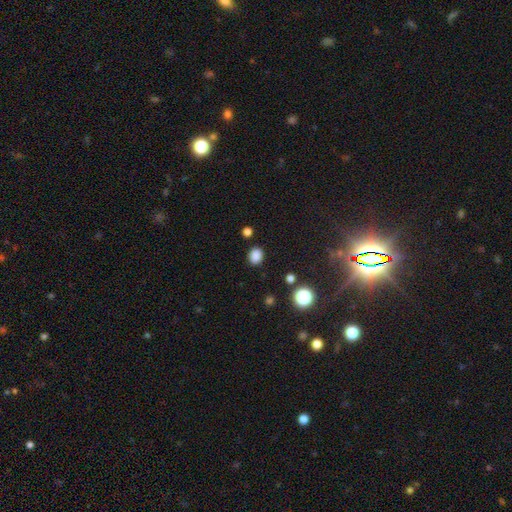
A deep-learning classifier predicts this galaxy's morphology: Q: Smooth or featured?
A: smooth (84%); runner-up: star or artifact (13%)
Q: How rounded?
A: round (56%); runner-up: in between (43%)
Q: Merging?
A: none (85%); runner-up: minor disturbance (10%)